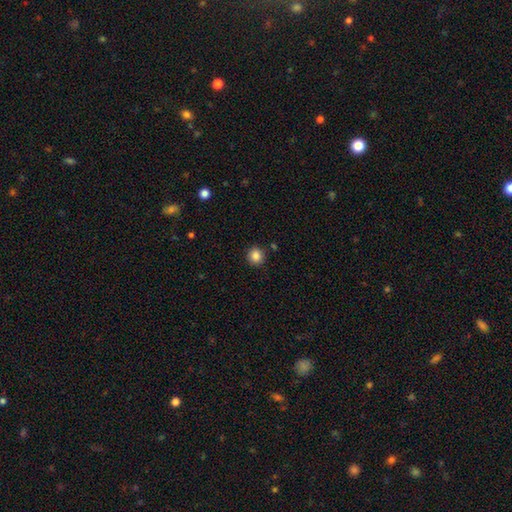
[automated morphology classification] type=smooth (86%); roundness=round (93%); merging=none (90%).